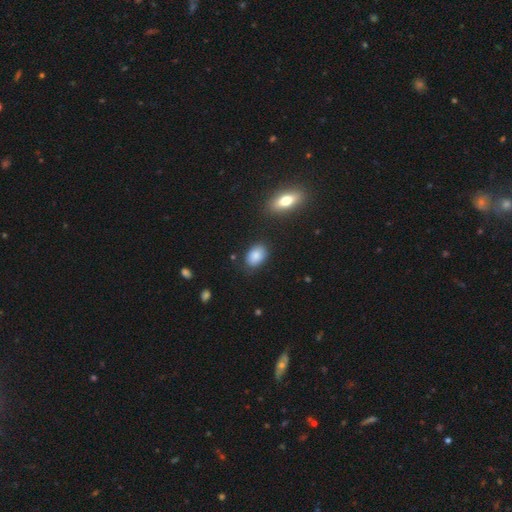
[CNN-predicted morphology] This appears to be a smooth galaxy with no disk features (86%) that is in between round and cigar-shaped (84%). Merging: none (79%).